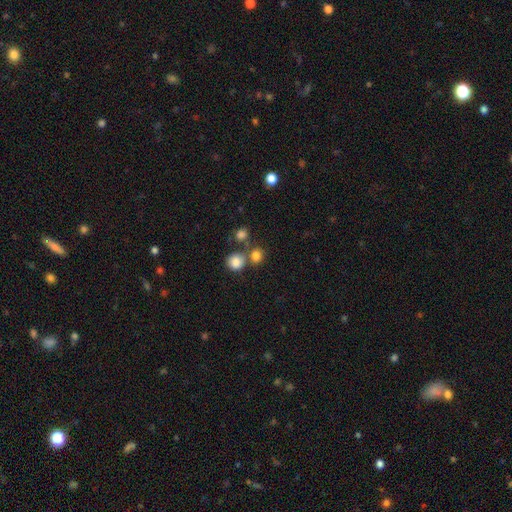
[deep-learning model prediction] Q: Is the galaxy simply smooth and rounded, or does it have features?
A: smooth — 80%.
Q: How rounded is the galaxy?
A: round — 80%.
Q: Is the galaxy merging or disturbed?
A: none — 60%.